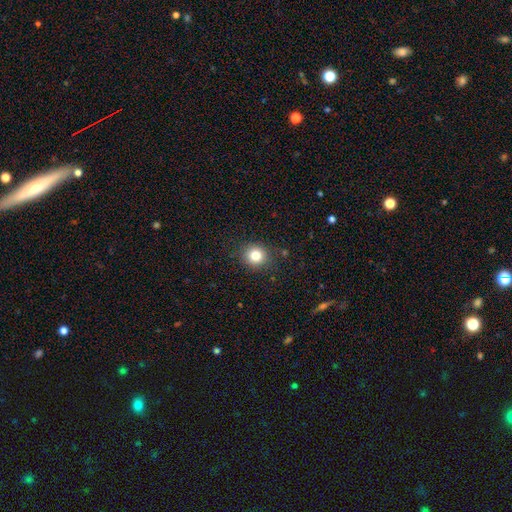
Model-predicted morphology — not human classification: This is clearly a smooth galaxy (81%). How rounded: clearly round (89%). Merging: clearly none (88%).